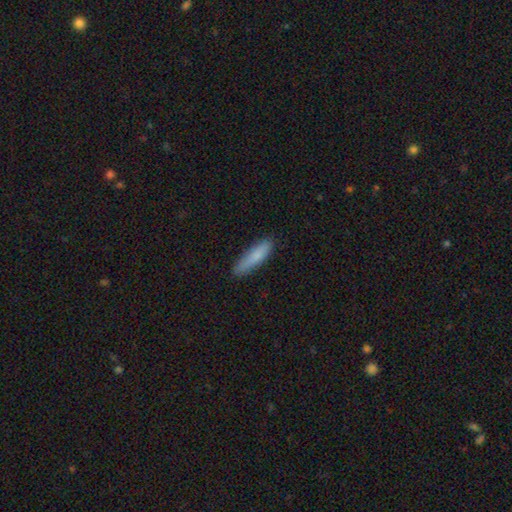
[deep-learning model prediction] smooth 83%, featured or disk 11%, star or artifact 6%. Down the decision tree: how rounded — cigar-shaped (79%); merging — none (83%).